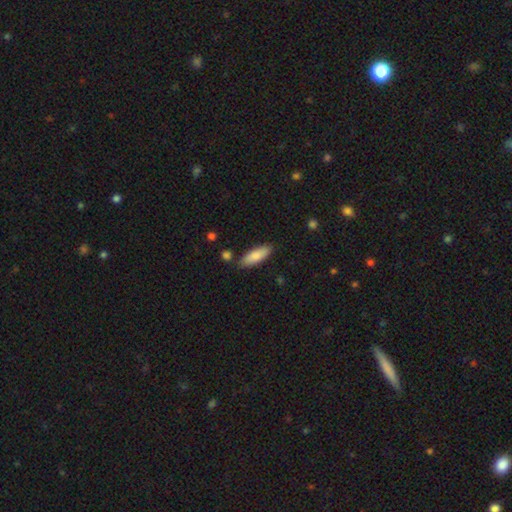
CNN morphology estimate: Smooth or featured: smooth — 82% (featured or disk — 12%)
How rounded: in between — 60% (cigar-shaped — 38%)
Merging: none — 83% (minor disturbance — 11%)